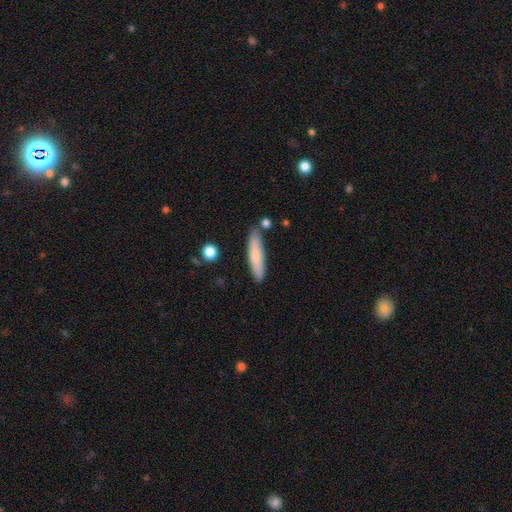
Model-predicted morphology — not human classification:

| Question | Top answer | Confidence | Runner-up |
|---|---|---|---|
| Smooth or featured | smooth | 74% | featured or disk (20%) |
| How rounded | cigar-shaped | 80% | in between (18%) |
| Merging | none | 82% | minor disturbance (12%) |